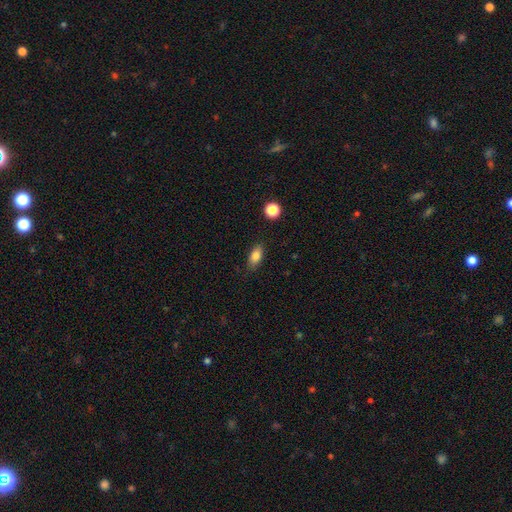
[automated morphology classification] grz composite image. It shows a smooth galaxy with no disk features (82%) that is in between round and cigar-shaped (84%). Merging: none (84%).